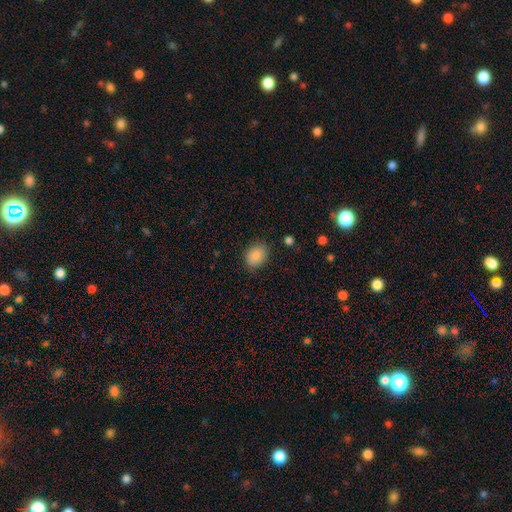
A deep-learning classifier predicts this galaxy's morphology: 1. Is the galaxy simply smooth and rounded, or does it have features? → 87% smooth, 8% star or artifact, 5% featured or disk.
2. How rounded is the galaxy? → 57% in between, 42% round, 1% cigar-shaped.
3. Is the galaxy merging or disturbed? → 82% none, 13% minor disturbance, 3% major disturbance, 1% merger.